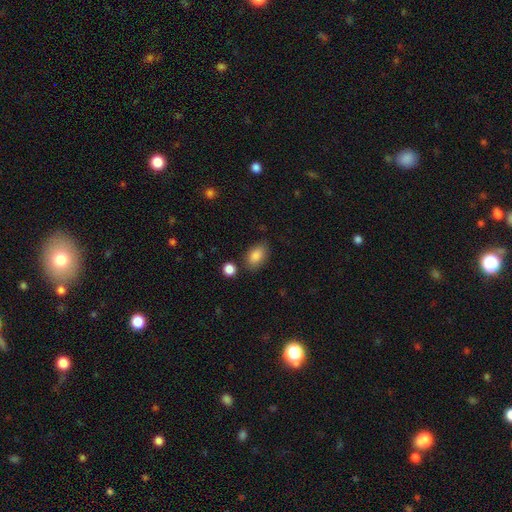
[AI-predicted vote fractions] smooth_or_featured: smooth (p=0.86) [alt: star or artifact p=0.08]
how_rounded: in between (p=0.89) [alt: round p=0.09]
merging: none (p=0.77) [alt: minor disturbance p=0.15]